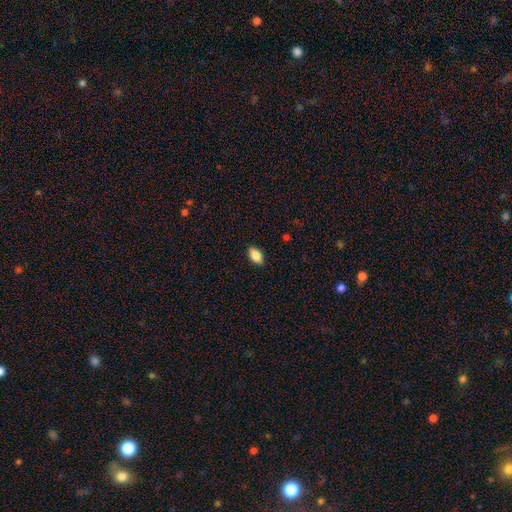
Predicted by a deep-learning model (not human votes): This is clearly a smooth galaxy (86%). How rounded: clearly in between (92%). Merging: clearly none (88%).